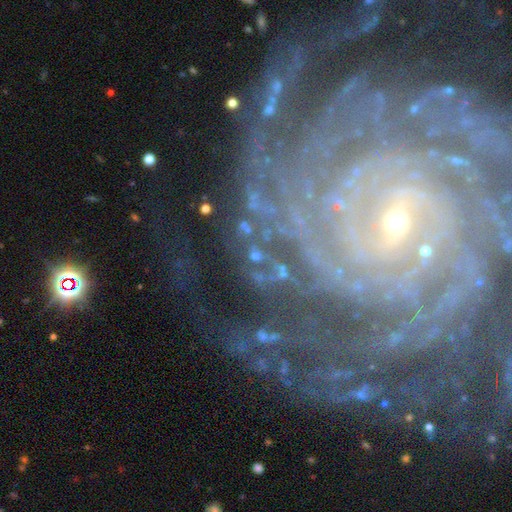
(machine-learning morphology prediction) Smooth or featured: featured or disk — 42% (star or artifact — 41%)
Merging: none — 61% (minor disturbance — 17%)